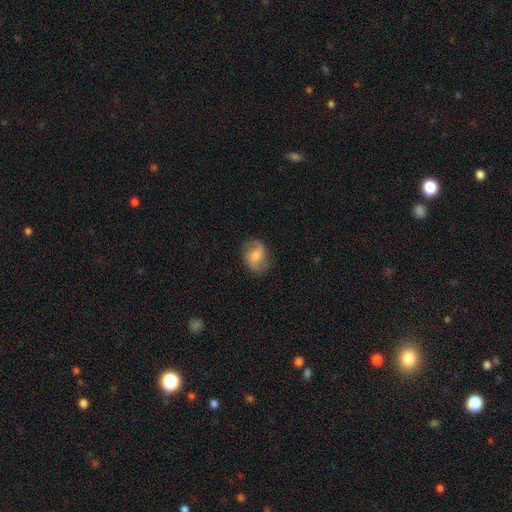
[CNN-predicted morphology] A featured or disk galaxy (49%). Merging: none (73%).